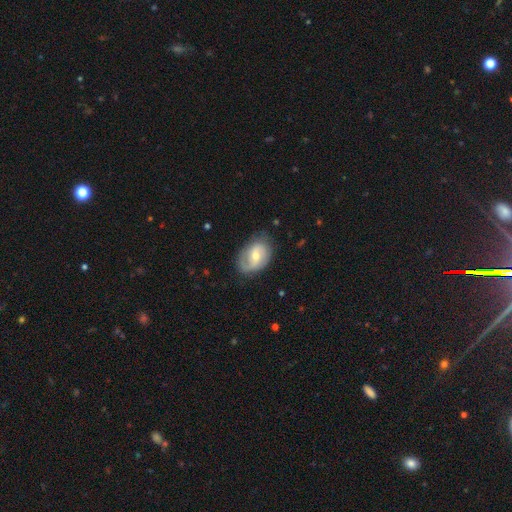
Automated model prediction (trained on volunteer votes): This appears to be a featured or disk galaxy (68%) with a weak bar (45%), 2 (63%) medium (42%) spiral arms (85%) and a moderate central bulge (57%). Merging: none (70%).